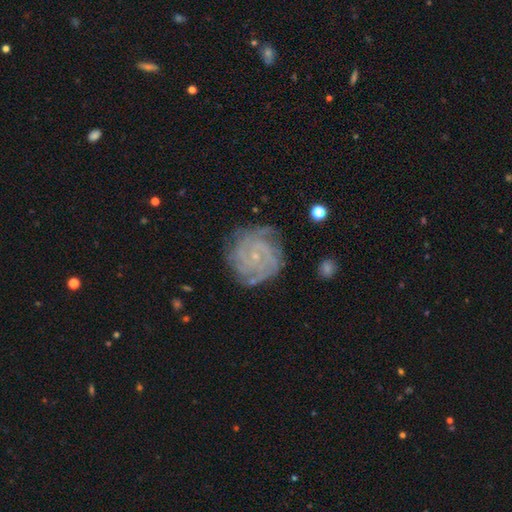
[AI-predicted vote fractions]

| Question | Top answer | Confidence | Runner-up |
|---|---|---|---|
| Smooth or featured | featured or disk | 84% | smooth (9%) |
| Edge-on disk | no | 98% | yes (2%) |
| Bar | no | 73% | weak (22%) |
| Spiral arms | yes | 96% | no (4%) |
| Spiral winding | tight | 74% | medium (22%) |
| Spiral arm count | can't tell | 26% | 4 (22%) |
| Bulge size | small | 83% | moderate (10%) |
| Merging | none | 76% | minor disturbance (17%) |